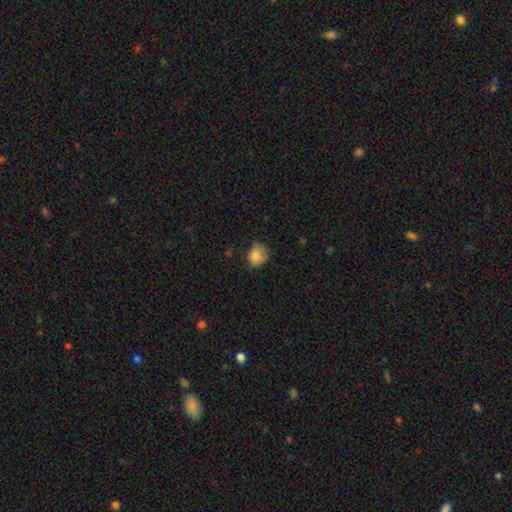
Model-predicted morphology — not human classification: This is likely a smooth galaxy (79%). How rounded: likely round (64%). Merging: possibly none (59%).